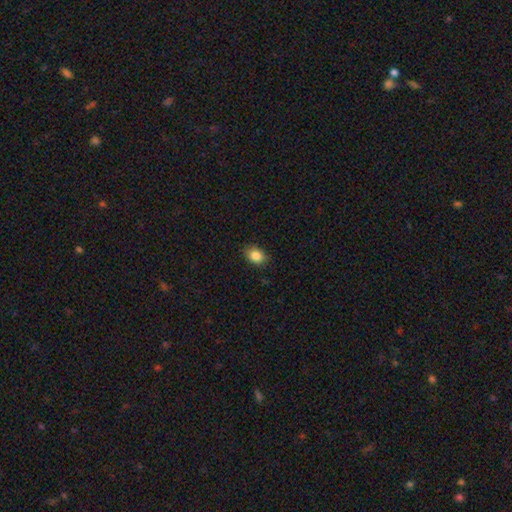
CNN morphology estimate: Overall: smooth (86%). How rounded: in between (68%; round 31%). Merging: none (83%).